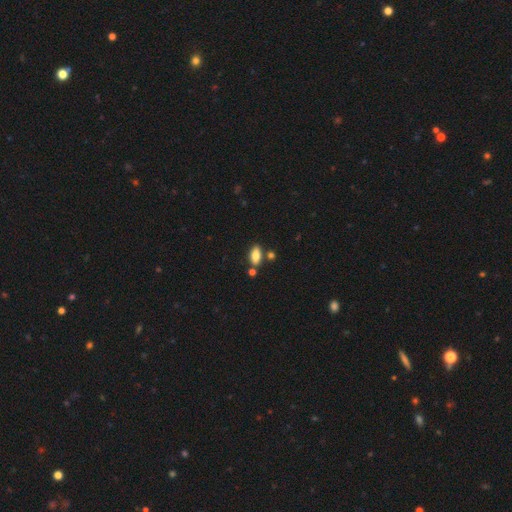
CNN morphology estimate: This is clearly a smooth galaxy (85%). How rounded: clearly in between (90%). Merging: likely none (74%).